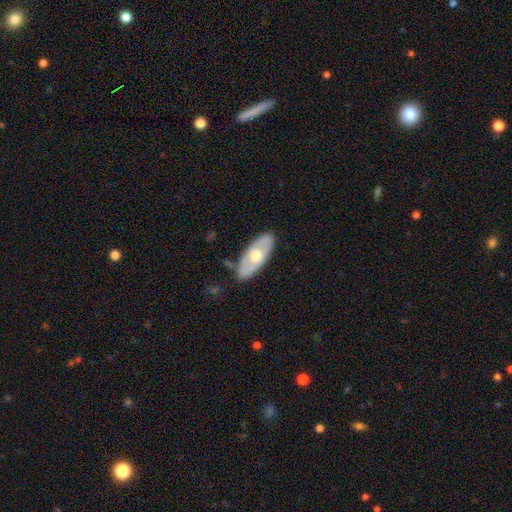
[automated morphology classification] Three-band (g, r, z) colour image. It shows a featured or disk galaxy (50%). Merging: none (83%).